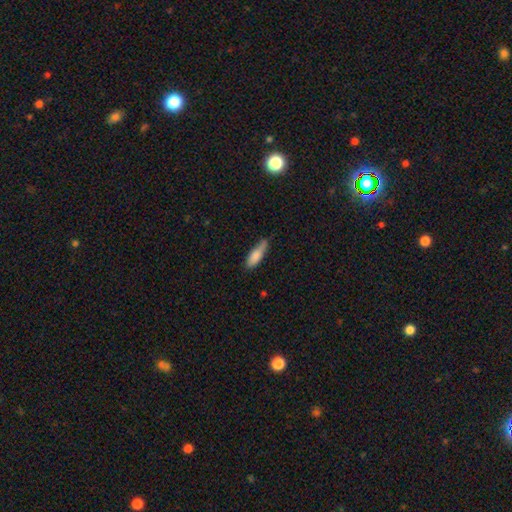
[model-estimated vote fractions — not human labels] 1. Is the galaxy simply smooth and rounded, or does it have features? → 81% smooth, 12% featured or disk, 6% star or artifact.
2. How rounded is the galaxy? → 53% cigar-shaped, 45% in between, 2% round.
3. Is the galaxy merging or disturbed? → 59% none, 32% minor disturbance, 6% major disturbance, 3% merger.